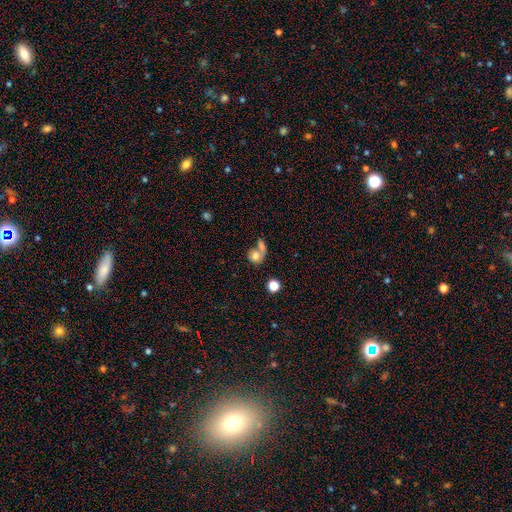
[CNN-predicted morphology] smooth 73%, featured or disk 17%, star or artifact 10%. Down the decision tree: how rounded — round (67%); merging — merger (52%).